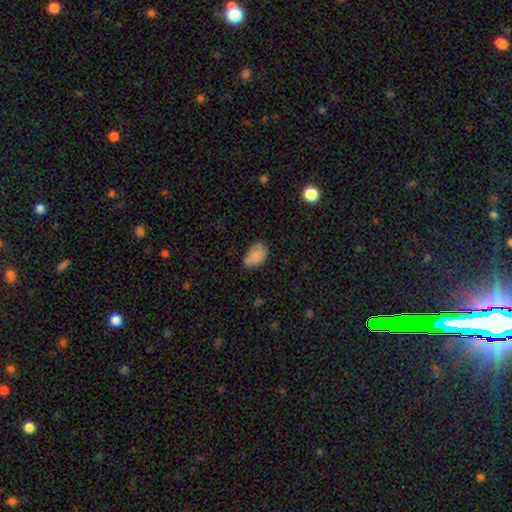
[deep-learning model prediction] The model was most divided on "merging": none: 51%, minor disturbance: 34%, major disturbance: 8%, merger: 7%. More confident: how rounded — in between (87%); smooth or featured — smooth (81%).